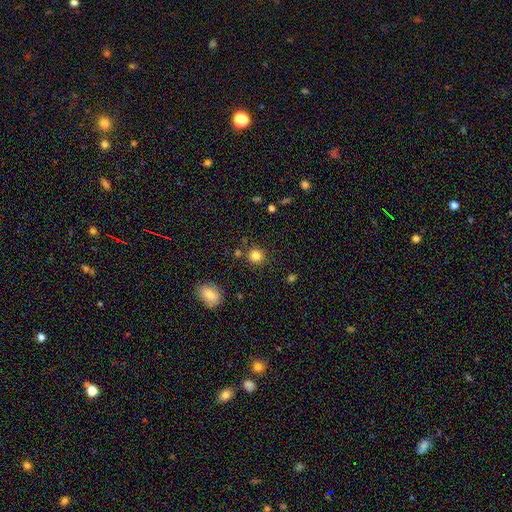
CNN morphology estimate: smooth 83%, star or artifact 12%, featured or disk 5%. Down the decision tree: how rounded — round (90%); merging — none (84%).